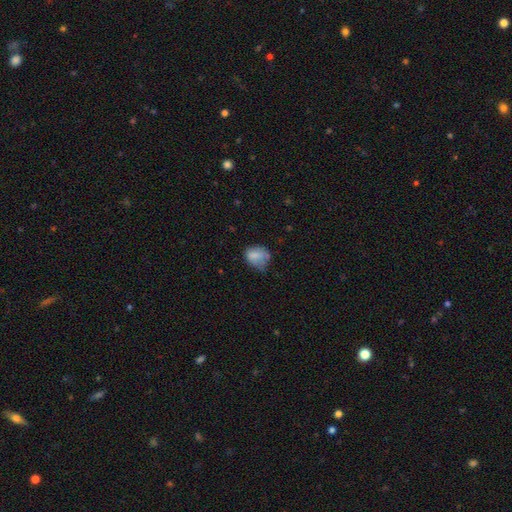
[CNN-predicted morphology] smooth 75%, featured or disk 15%, star or artifact 10%. Down the decision tree: how rounded — in between (57%); merging — none (39%).